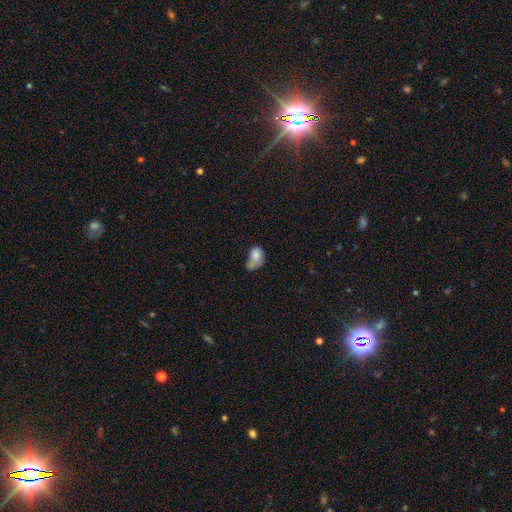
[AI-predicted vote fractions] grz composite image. It shows a smooth galaxy with no disk features (73%) that is in between round and cigar-shaped (76%). Merging: major disturbance (30%).